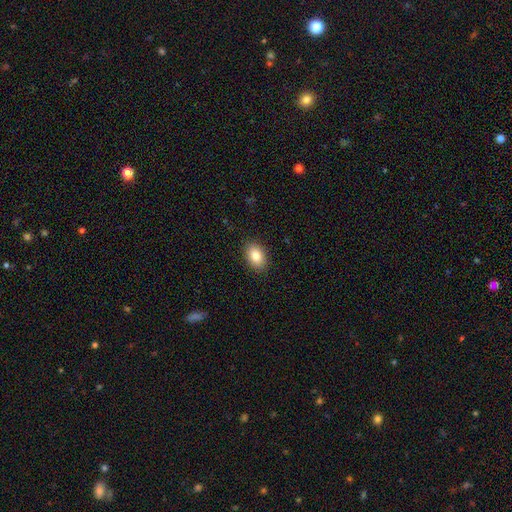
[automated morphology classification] The model was most divided on "how rounded": in between: 87%, round: 12%, cigar-shaped: 1%. More confident: merging — none (89%); smooth or featured — smooth (85%).